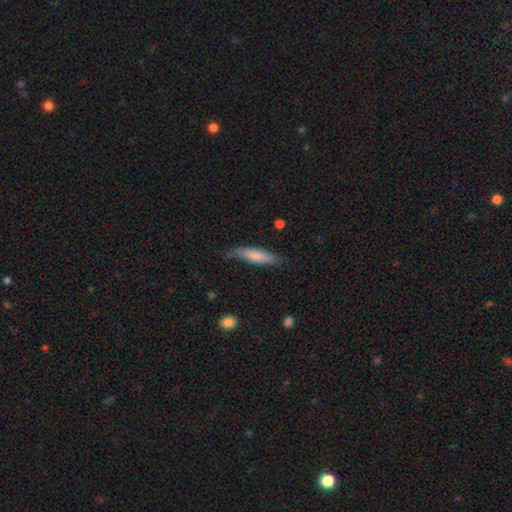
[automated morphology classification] smooth 77%, featured or disk 18%, star or artifact 6%. Down the decision tree: how rounded — cigar-shaped (74%); merging — none (68%).